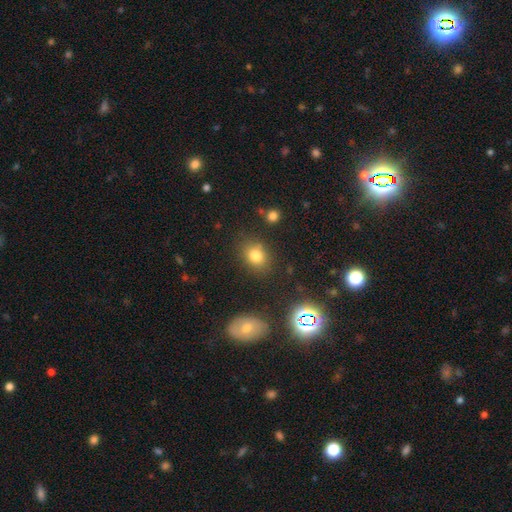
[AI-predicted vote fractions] A smooth galaxy with no disk features (77%) that is round (51%). Merging: none (78%).